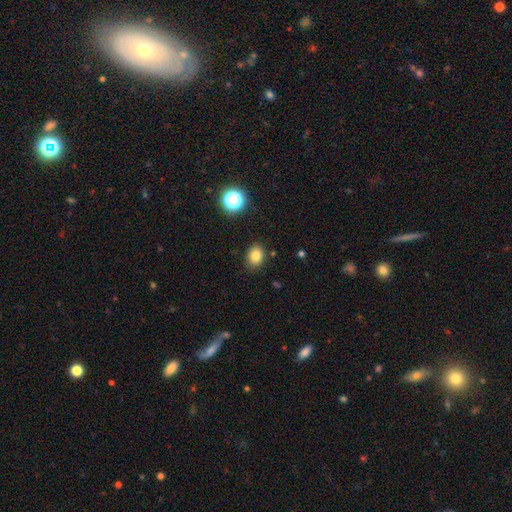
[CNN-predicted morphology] The model was most divided on "how rounded": in between: 55%, round: 45%, cigar-shaped: 1%. More confident: merging — none (87%); smooth or featured — smooth (81%).